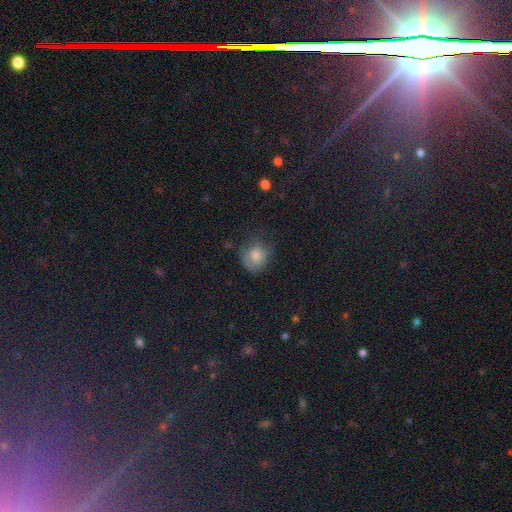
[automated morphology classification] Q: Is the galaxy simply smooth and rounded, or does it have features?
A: smooth — 77%.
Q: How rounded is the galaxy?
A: round — 69%.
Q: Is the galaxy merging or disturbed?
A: none — 55%.